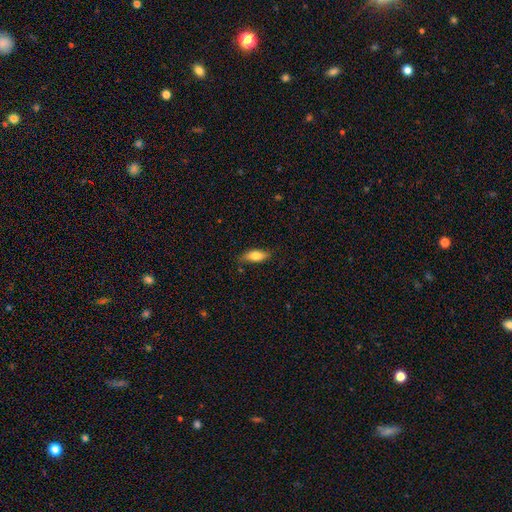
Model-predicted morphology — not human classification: This appears to be a smooth galaxy with no disk features (74%) that is in between round and cigar-shaped (77%). Merging: none (74%).